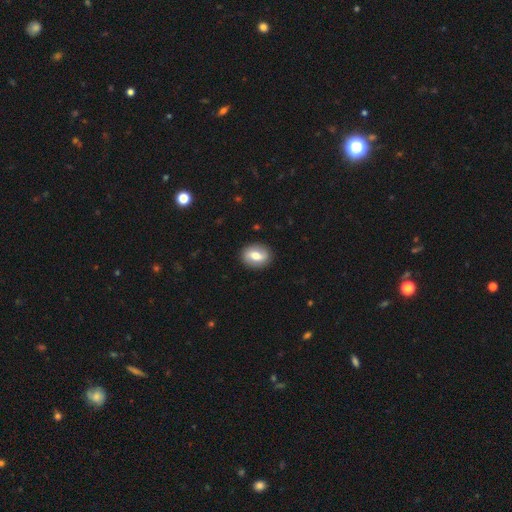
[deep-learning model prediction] Smooth or featured: smooth — 57% (featured or disk — 36%)
How rounded: in between — 54% (round — 44%)
Merging: none — 88% (minor disturbance — 9%)